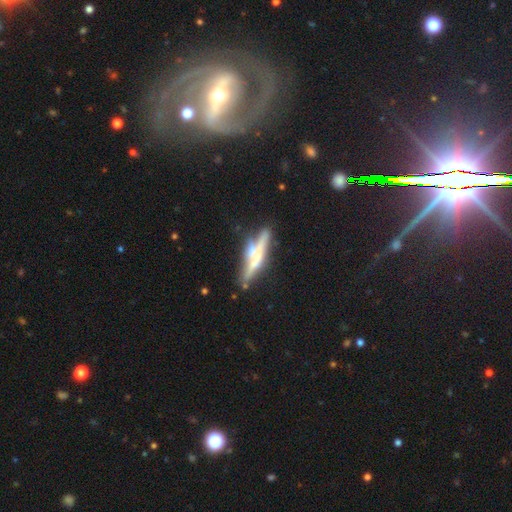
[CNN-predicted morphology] Q: Smooth or featured?
A: featured or disk (64%); runner-up: smooth (28%)
Q: Edge-on disk?
A: yes (90%); runner-up: no (10%)
Q: Edge-on bulge?
A: rounded (48%); runner-up: none (35%)
Q: Merging?
A: none (58%); runner-up: minor disturbance (18%)